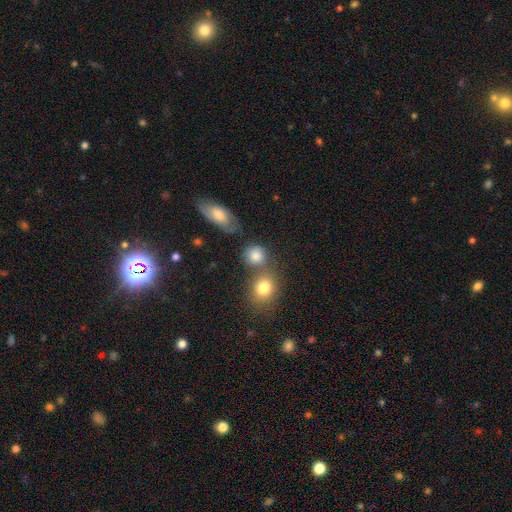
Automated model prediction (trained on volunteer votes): Overall: smooth (81%). How rounded: round (77%). Merging: none (51%; merger 33%).